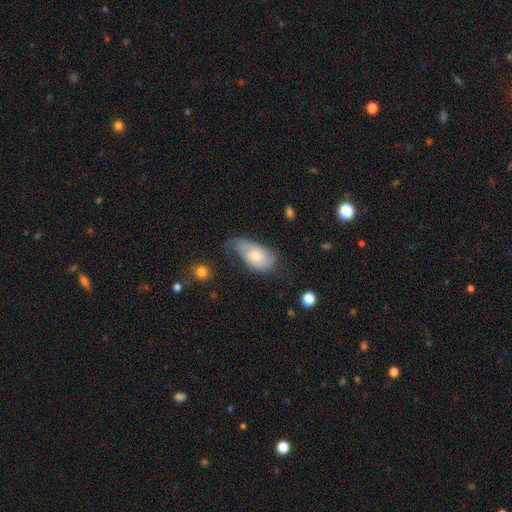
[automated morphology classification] A featured or disk galaxy (50%).

Vote fractions:
- Smooth or featured? featured or disk: 50% / smooth: 44% / star or artifact: 6%
- Merging? minor disturbance: 35% / none: 33% / major disturbance: 29% / merger: 3%